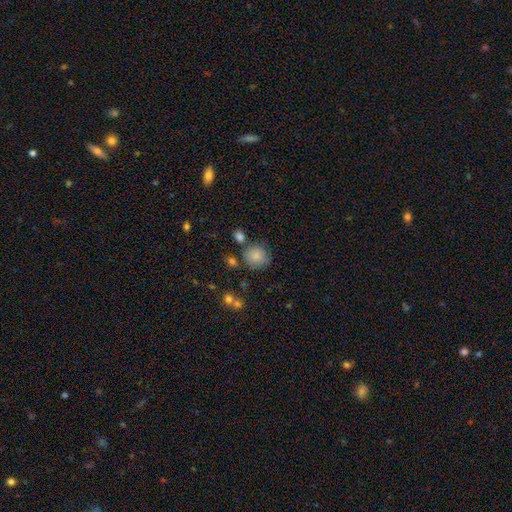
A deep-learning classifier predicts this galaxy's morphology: Overall: smooth (82%). How rounded: round (84%). Merging: none (69%).